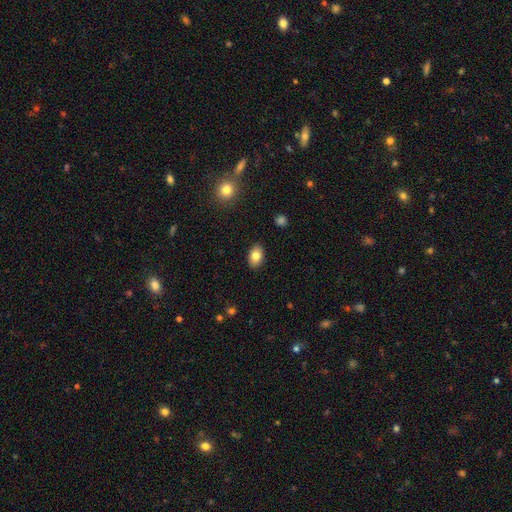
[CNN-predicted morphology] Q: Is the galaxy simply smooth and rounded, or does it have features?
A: smooth — 82%.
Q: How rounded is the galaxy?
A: in between — 86%.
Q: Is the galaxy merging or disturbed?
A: none — 89%.